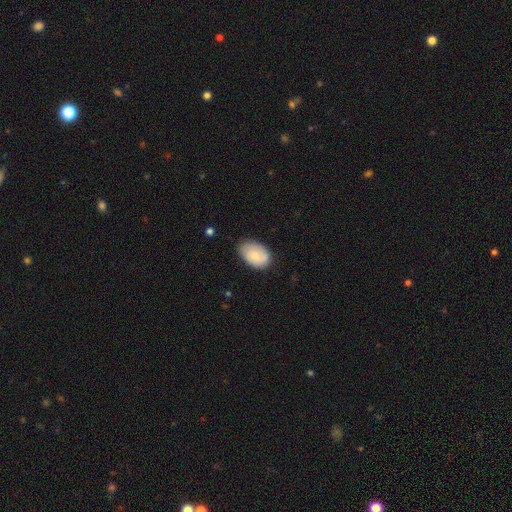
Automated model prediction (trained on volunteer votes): This is likely a smooth galaxy (70%). How rounded: clearly in between (87%). Merging: likely none (67%).